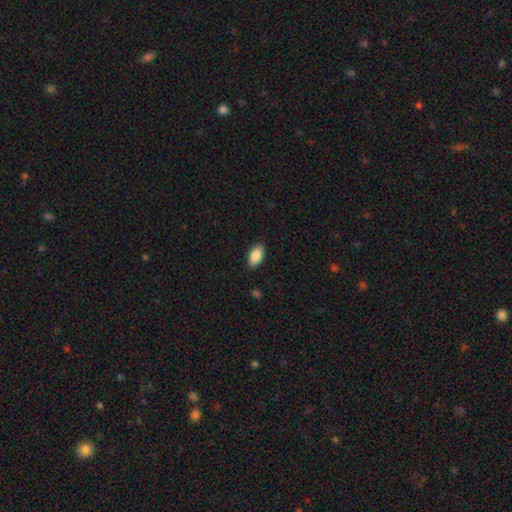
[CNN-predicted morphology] smooth-or-featured: smooth: 87% | star or artifact: 7% | featured or disk: 6%
  how-rounded: in between: 92% | cigar-shaped: 5% | round: 3%
  merging: none: 87% | minor disturbance: 10% | major disturbance: 2% | merger: 1%